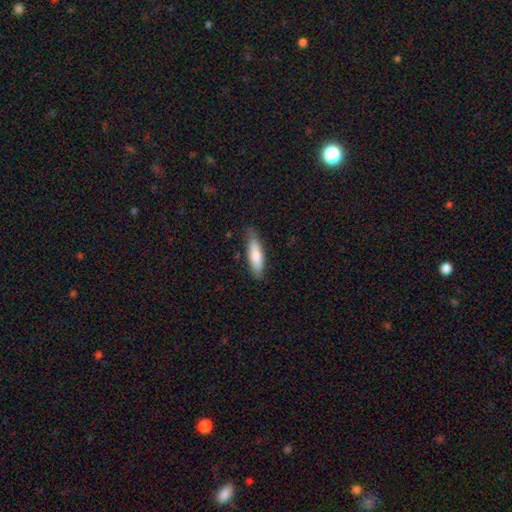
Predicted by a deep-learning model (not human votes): This appears to be a smooth galaxy with no disk features (78%) that is cigar-shaped (59%). Merging: none (76%).